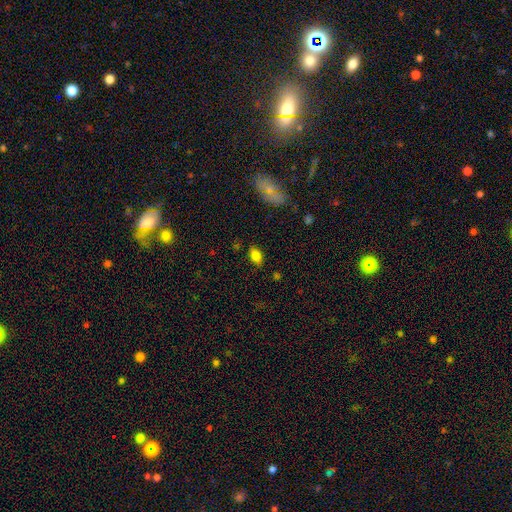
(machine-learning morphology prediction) Smooth or featured? smooth (82%)
How rounded? in between (88%)
Merging? none (82%)